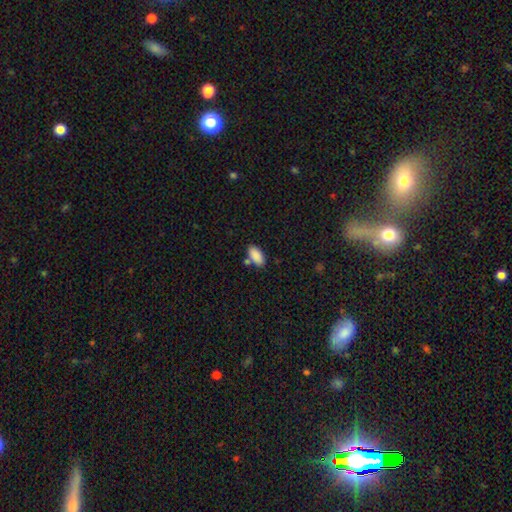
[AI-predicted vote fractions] This appears to be a smooth galaxy with no disk features (89%) that is in between round and cigar-shaped (93%). Merging: none (69%).